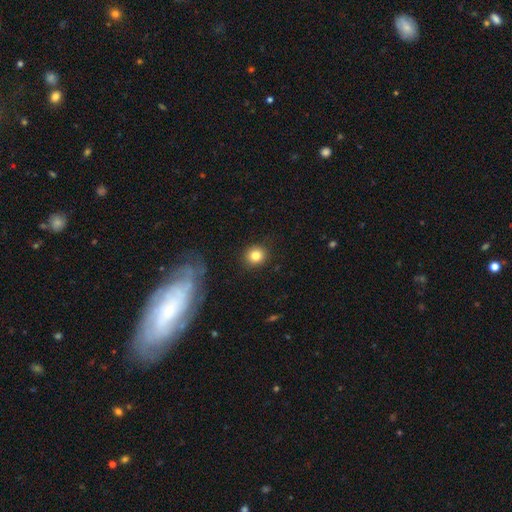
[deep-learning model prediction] smooth_or_featured: smooth (p=0.82) [alt: star or artifact p=0.10]
how_rounded: round (p=0.86) [alt: in between p=0.13]
merging: none (p=0.89) [alt: minor disturbance p=0.08]